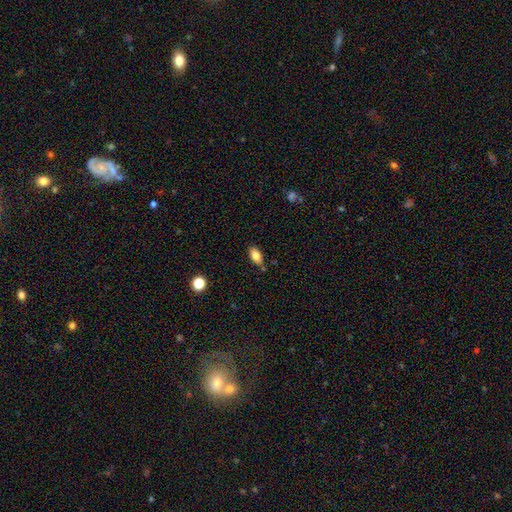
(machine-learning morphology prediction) smooth_or_featured: smooth (p=0.78) [alt: featured or disk p=0.13]
how_rounded: in between (p=0.89) [alt: cigar-shaped p=0.06]
merging: none (p=0.78) [alt: minor disturbance p=0.15]